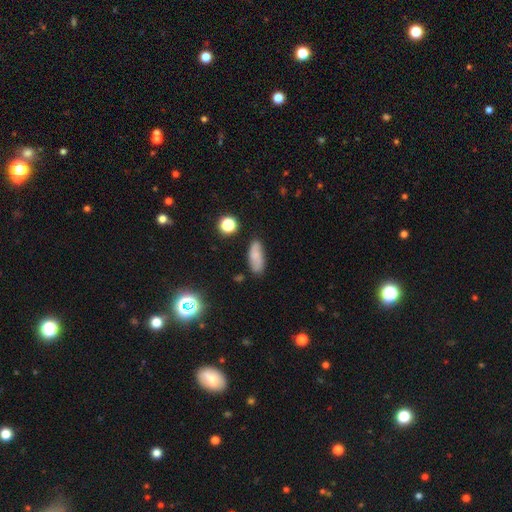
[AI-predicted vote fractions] This appears to be a smooth galaxy with no disk features (72%) that is in between round and cigar-shaped (73%). Merging: none (75%).